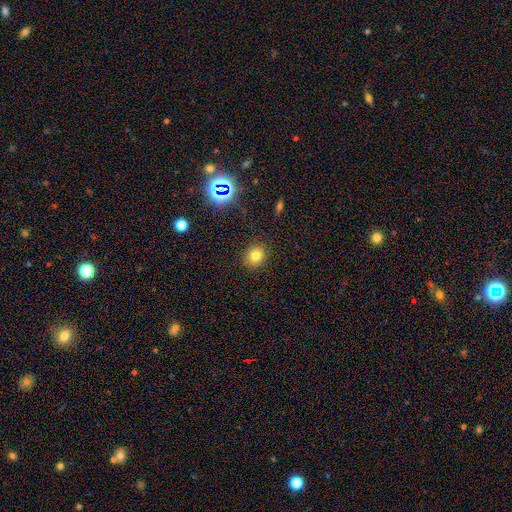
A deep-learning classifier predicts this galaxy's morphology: The model was most divided on "how rounded": round: 73%, in between: 26%, cigar-shaped: 1%. More confident: merging — none (88%); smooth or featured — smooth (76%).